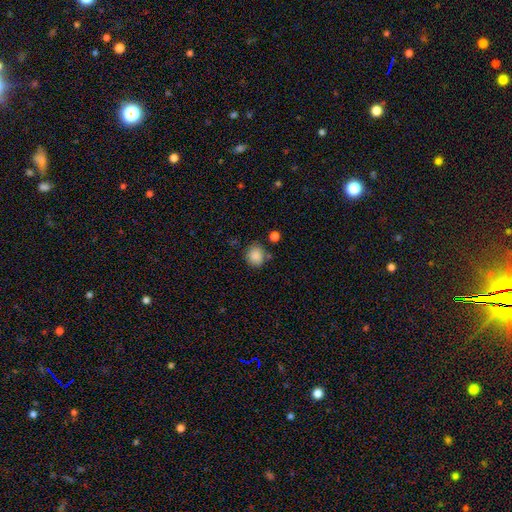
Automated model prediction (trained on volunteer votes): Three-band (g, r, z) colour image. It shows a smooth galaxy with no disk features (87%) that is round (78%). Merging: none (77%).